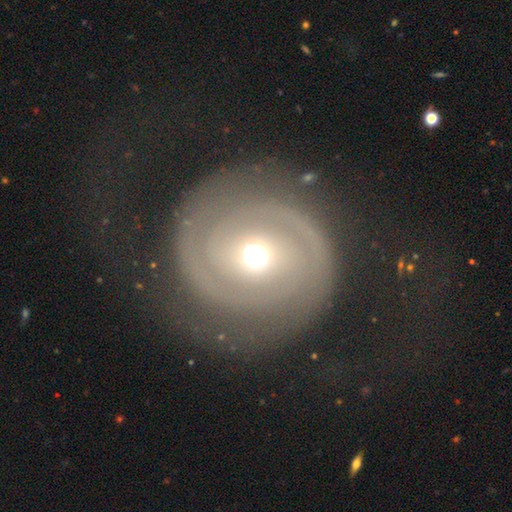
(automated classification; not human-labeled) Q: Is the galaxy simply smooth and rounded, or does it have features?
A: featured or disk — 77%.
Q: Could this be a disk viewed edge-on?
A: no — 97%.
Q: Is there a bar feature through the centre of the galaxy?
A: no — 68%.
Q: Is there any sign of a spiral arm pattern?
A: yes — 77%.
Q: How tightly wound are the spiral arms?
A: tight — 52%.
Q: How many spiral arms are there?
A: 2 — 73%.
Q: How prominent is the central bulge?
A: moderate — 60%.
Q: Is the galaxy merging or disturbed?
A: none — 71%.